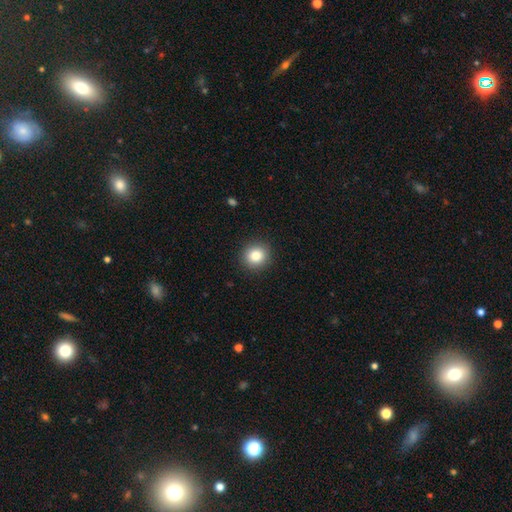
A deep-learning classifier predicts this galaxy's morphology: smooth 85%, star or artifact 10%, featured or disk 5%. Down the decision tree: how rounded — round (89%); merging — none (91%).